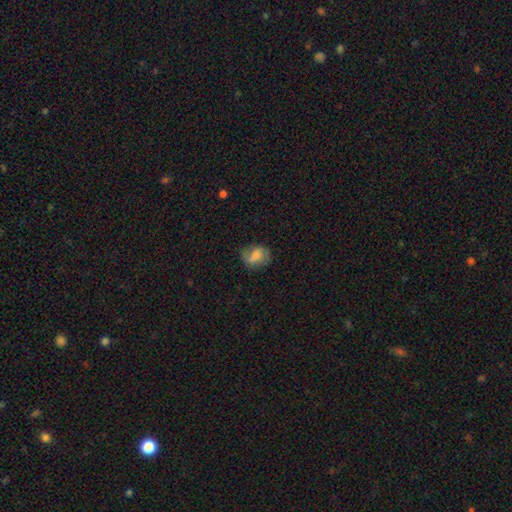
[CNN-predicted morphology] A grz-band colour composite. It shows a smooth galaxy with no disk features (55%) that is in between round and cigar-shaped (52%). Merging: none (66%).